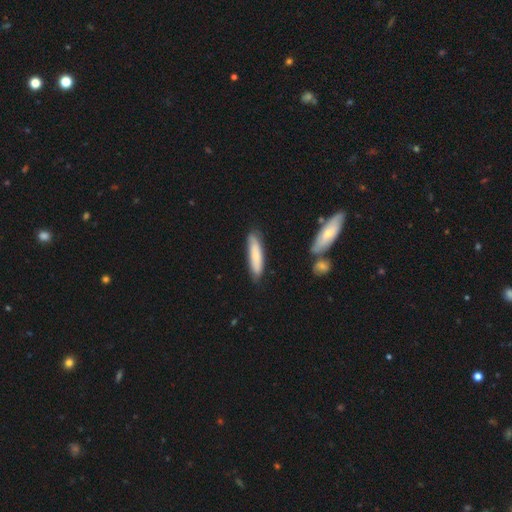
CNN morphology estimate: Smooth or featured? Predicted: smooth (p=0.73). How rounded? Predicted: cigar-shaped (p=0.76). Merging? Predicted: none (p=0.77).